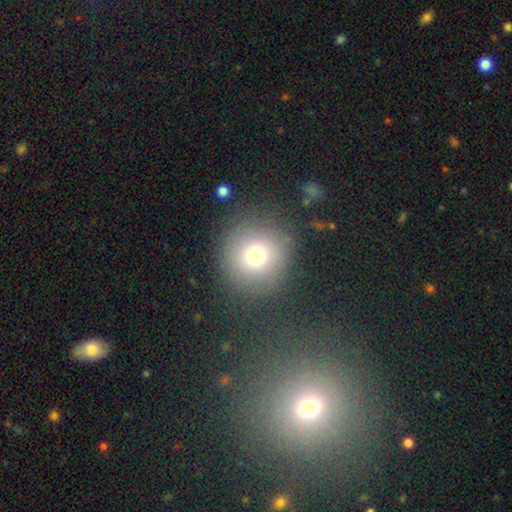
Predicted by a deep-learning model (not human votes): Smooth or featured? smooth (75%)
How rounded? round (92%)
Merging? none (82%)